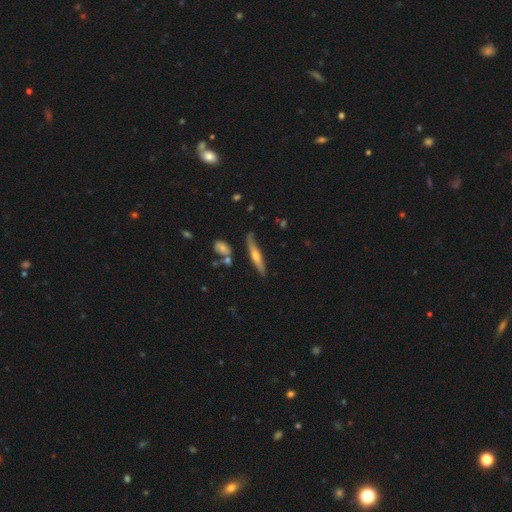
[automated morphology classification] Q: Smooth or featured?
A: featured or disk (60%); runner-up: smooth (33%)
Q: Edge-on disk?
A: yes (93%); runner-up: no (7%)
Q: Edge-on bulge?
A: rounded (85%); runner-up: none (10%)
Q: Merging?
A: none (78%); runner-up: minor disturbance (15%)